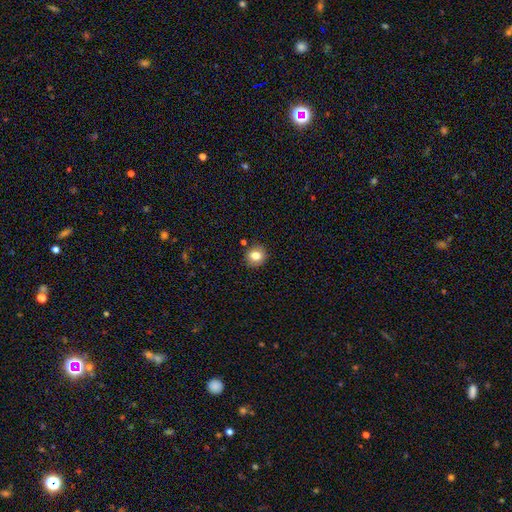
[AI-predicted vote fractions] Smooth or featured? Predicted: smooth (p=0.81). How rounded? Predicted: round (p=0.85). Merging? Predicted: none (p=0.86).